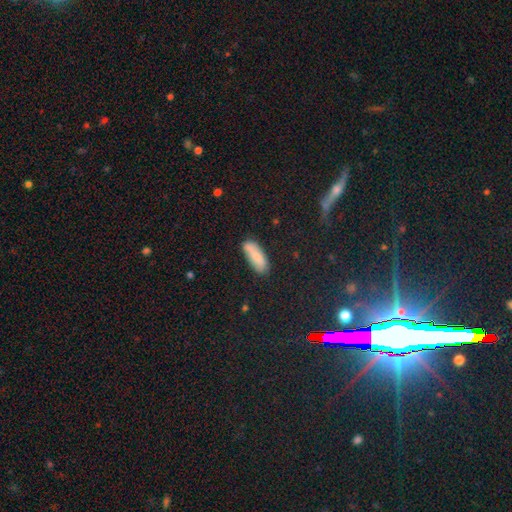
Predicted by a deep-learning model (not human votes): Q: Smooth or featured?
A: smooth (81%); runner-up: featured or disk (11%)
Q: How rounded?
A: in between (62%); runner-up: cigar-shaped (36%)
Q: Merging?
A: none (74%); runner-up: minor disturbance (18%)